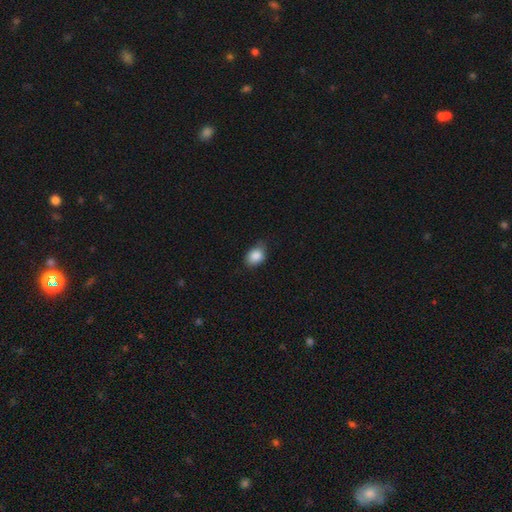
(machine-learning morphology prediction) Smooth or featured?
  - smooth: 87% *
  - star or artifact: 8%
  - featured or disk: 5%
How rounded?
  - in between: 65% *
  - round: 34%
  - cigar-shaped: 1%
Merging?
  - none: 64% *
  - minor disturbance: 30%
  - major disturbance: 5%
  - merger: 1%